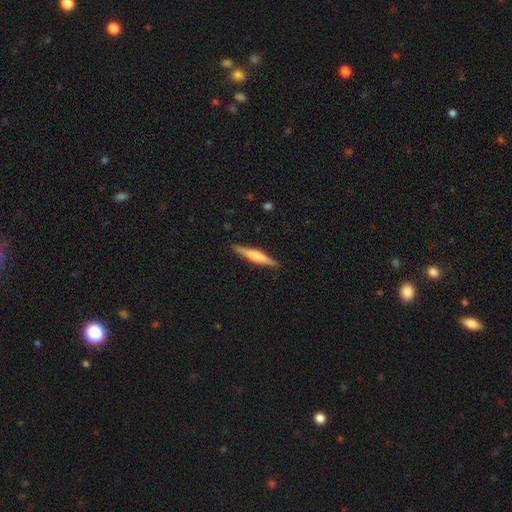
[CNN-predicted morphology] smooth-or-featured: featured or disk: 57% | smooth: 38% | star or artifact: 6%
  disk-edge-on: yes: 97% | no: 3%
    edge-on-bulge: rounded: 75% | boxy: 13% | none: 12%
  merging: none: 91% | minor disturbance: 7% | major disturbance: 1% | merger: 1%